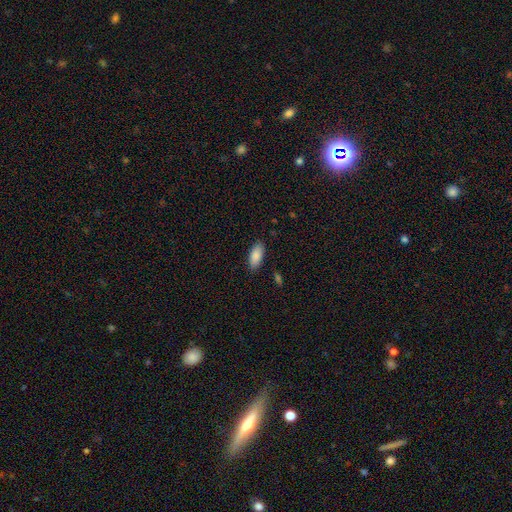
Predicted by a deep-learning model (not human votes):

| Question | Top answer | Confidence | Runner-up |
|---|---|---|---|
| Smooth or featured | smooth | 87% | featured or disk (7%) |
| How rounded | in between | 88% | cigar-shaped (10%) |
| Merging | none | 86% | minor disturbance (10%) |